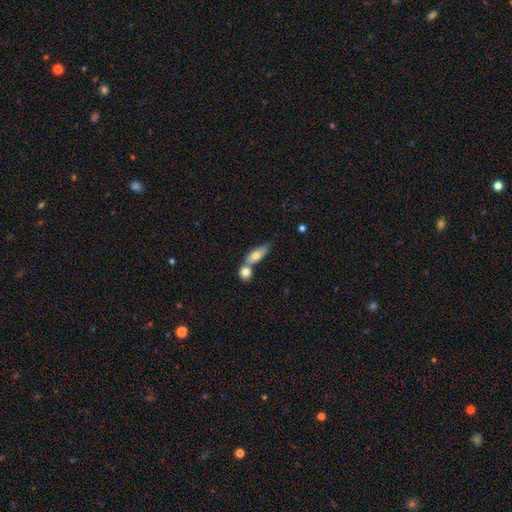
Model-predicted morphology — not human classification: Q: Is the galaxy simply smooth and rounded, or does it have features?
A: smooth — 70%.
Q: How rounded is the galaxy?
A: in between — 65%.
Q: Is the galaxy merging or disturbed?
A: merger — 47%.